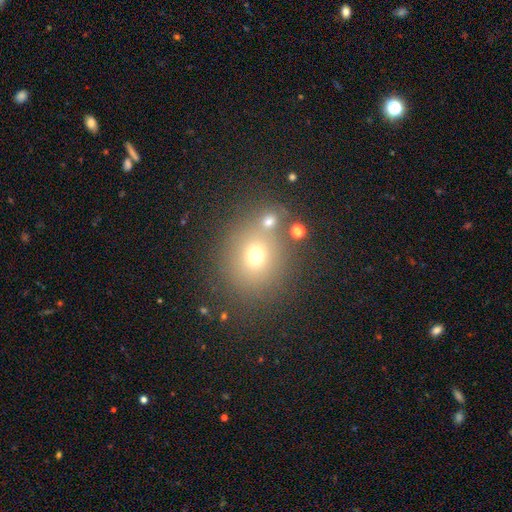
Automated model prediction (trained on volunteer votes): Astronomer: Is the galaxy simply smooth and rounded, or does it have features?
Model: smooth — 66%.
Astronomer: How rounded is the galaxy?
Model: round — 80%.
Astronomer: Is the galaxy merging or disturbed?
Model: none — 69%.